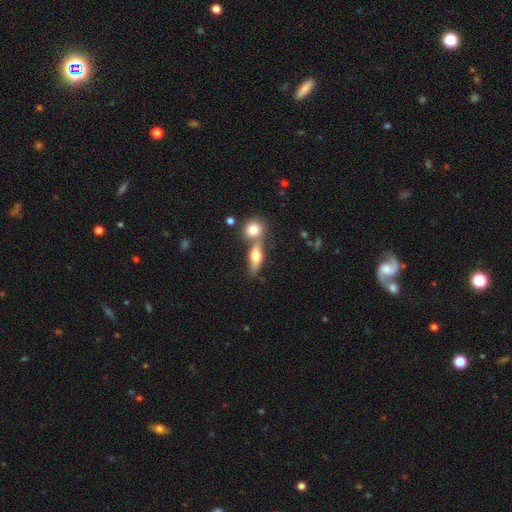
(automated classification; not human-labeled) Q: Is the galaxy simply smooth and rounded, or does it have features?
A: smooth — 60%.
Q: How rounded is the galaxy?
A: in between — 58%.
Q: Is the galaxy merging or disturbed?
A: none — 48%.